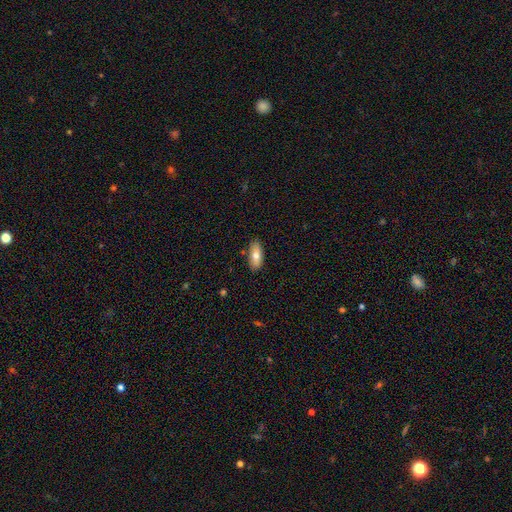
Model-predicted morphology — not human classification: This appears to be a smooth galaxy with no disk features (72%) that is in between round and cigar-shaped (78%). Merging: none (87%).